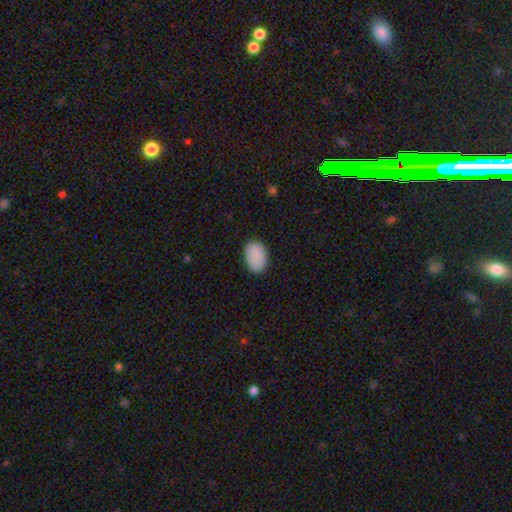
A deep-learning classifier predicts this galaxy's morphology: Smooth or featured? Predicted: smooth (p=0.89). How rounded? Predicted: in between (p=0.87). Merging? Predicted: none (p=0.85).